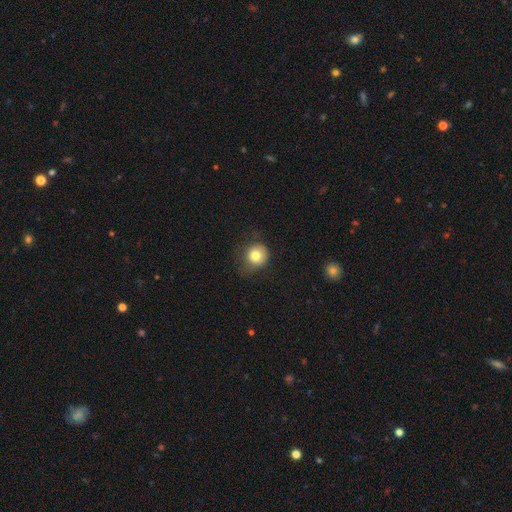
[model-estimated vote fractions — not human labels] A smooth galaxy with no disk features (79%) that is round (86%).

Vote fractions:
- Smooth or featured? smooth: 79% / star or artifact: 11% / featured or disk: 10%
- How rounded? round: 86% / in between: 13% / cigar-shaped: 1%
- Merging? none: 62% / minor disturbance: 27% / major disturbance: 10% / merger: 2%